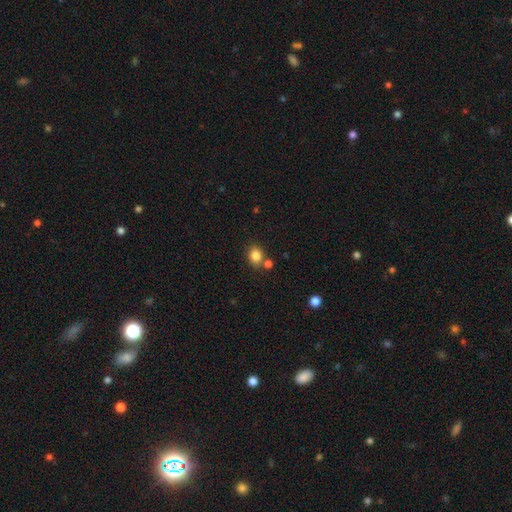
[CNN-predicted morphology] A smooth galaxy with no disk features (84%) that is round (57%).

Vote fractions:
- Smooth or featured? smooth: 84% / star or artifact: 11% / featured or disk: 6%
- How rounded? round: 57% / in between: 42% / cigar-shaped: 1%
- Merging? none: 67% / merger: 18% / minor disturbance: 11% / major disturbance: 3%